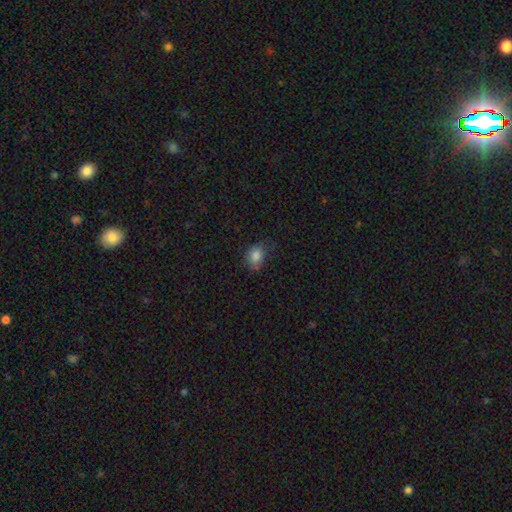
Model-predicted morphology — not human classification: Smooth or featured: smooth — 84% (star or artifact — 10%)
How rounded: in between — 55% (round — 44%)
Merging: none — 63% (minor disturbance — 27%)